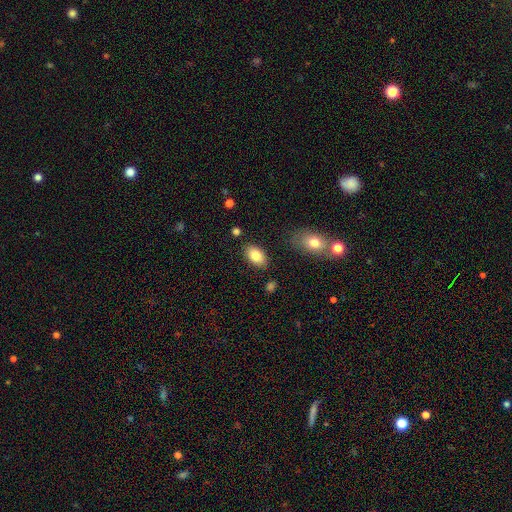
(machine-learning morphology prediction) smooth_or_featured: smooth (p=0.84) [alt: featured or disk p=0.09]
how_rounded: in between (p=0.92) [alt: round p=0.06]
merging: none (p=0.83) [alt: minor disturbance p=0.11]